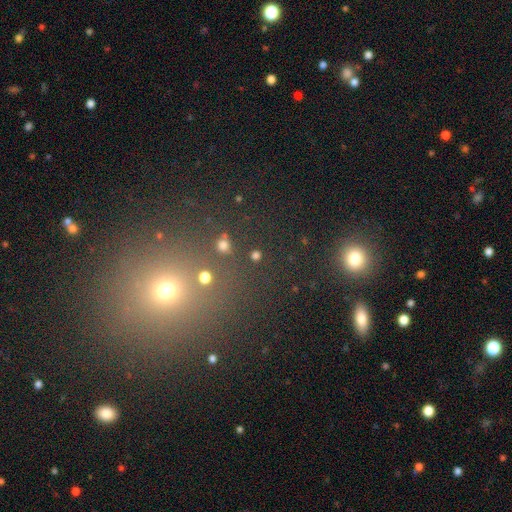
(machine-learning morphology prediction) smooth_or_featured: smooth (p=0.48) [alt: star or artifact p=0.43]
merging: none (p=0.83) [alt: minor disturbance p=0.07]